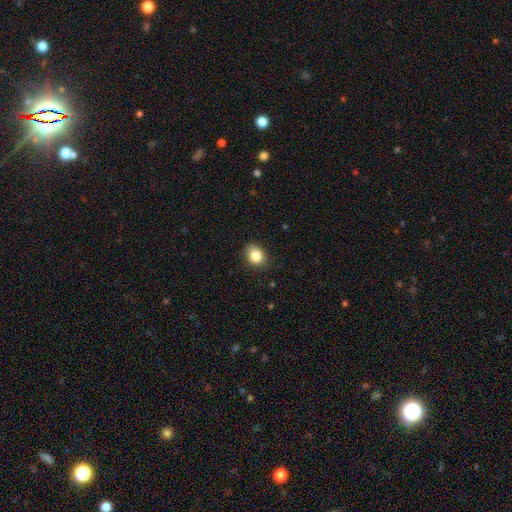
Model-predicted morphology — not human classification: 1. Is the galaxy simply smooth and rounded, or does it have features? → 85% smooth, 9% star or artifact, 6% featured or disk.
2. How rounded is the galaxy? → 53% in between, 46% round, 1% cigar-shaped.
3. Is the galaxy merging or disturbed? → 84% none, 12% minor disturbance, 3% major disturbance, 1% merger.